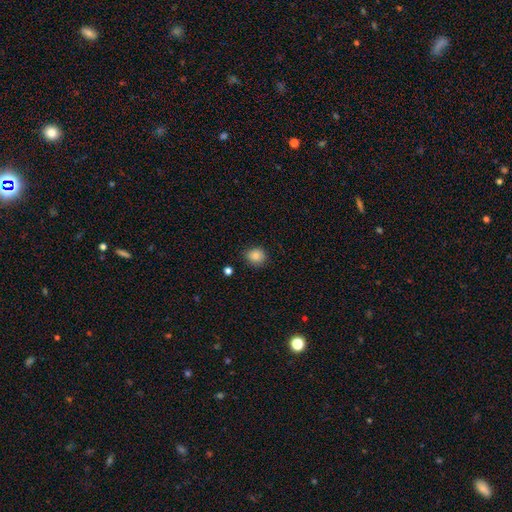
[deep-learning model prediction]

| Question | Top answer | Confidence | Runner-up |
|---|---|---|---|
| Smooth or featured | smooth | 86% | star or artifact (10%) |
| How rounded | round | 76% | in between (24%) |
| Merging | none | 79% | minor disturbance (17%) |